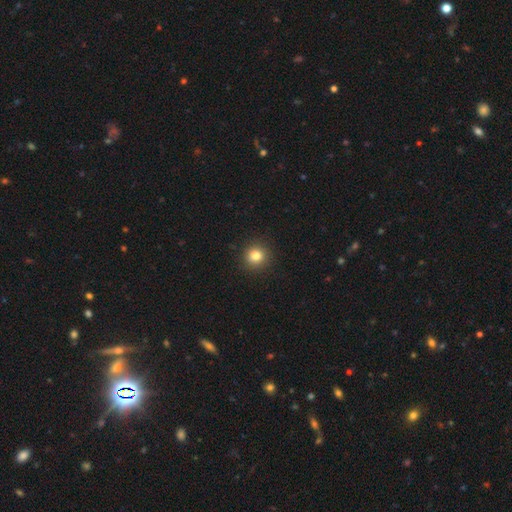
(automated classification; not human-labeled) Q: Smooth or featured?
A: smooth (82%); runner-up: star or artifact (12%)
Q: How rounded?
A: round (90%); runner-up: in between (9%)
Q: Merging?
A: none (91%); runner-up: minor disturbance (6%)